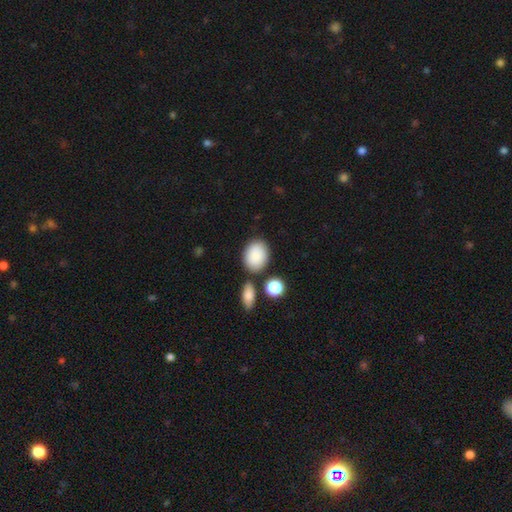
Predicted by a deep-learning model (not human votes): Smooth or featured?
  - smooth: 87% *
  - star or artifact: 7%
  - featured or disk: 6%
How rounded?
  - in between: 71% *
  - round: 28%
  - cigar-shaped: 1%
Merging?
  - none: 73% *
  - minor disturbance: 13%
  - merger: 10%
  - major disturbance: 4%